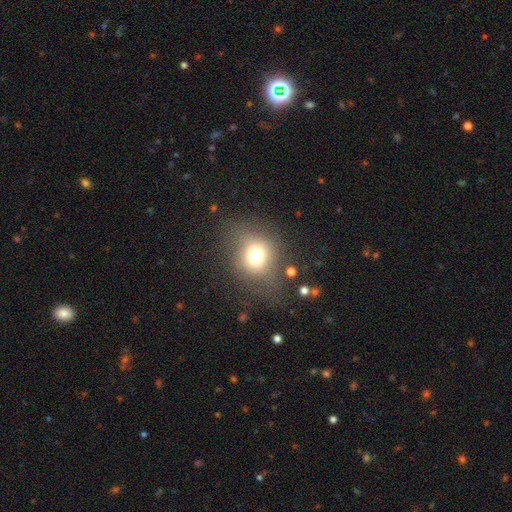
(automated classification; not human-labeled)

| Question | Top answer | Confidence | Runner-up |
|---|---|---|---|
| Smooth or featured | smooth | 69% | star or artifact (16%) |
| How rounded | round | 72% | in between (27%) |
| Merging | none | 67% | minor disturbance (17%) |